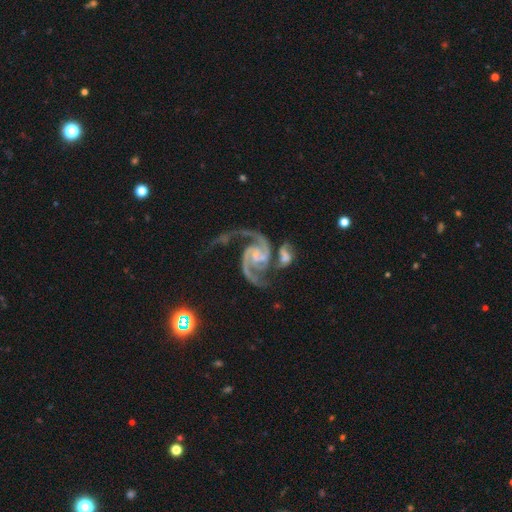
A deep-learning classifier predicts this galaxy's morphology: smooth_or_featured: featured or disk (p=0.94) [alt: star or artifact p=0.04]
disk_edge_on: no (p=0.98) [alt: yes p=0.02]
bar: no (p=0.48) [alt: weak p=0.37]
has_spiral_arms: yes (p=0.99) [alt: no p=0.01]
spiral_winding: medium (p=0.60) [alt: tight p=0.22]
spiral_arm_count: 2 (p=0.92) [alt: 3 p=0.03]
bulge_size: small (p=0.57) [alt: none p=0.22]
merging: none (p=0.44) [alt: merger p=0.24]